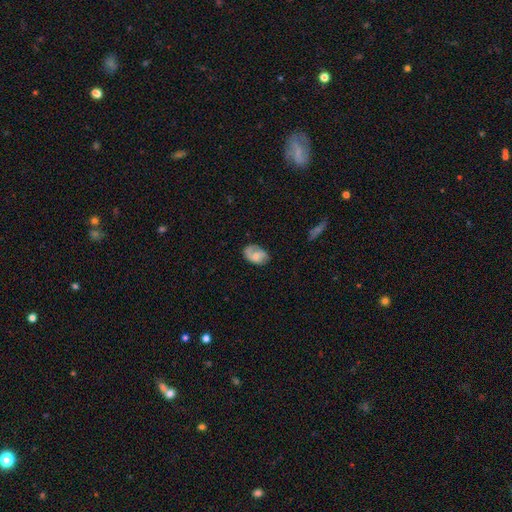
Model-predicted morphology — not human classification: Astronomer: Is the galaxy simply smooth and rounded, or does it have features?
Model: smooth — 51% (runner-up: featured or disk, 42%).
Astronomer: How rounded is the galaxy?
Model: in between — 81%.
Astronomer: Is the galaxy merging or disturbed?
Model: none — 59%.